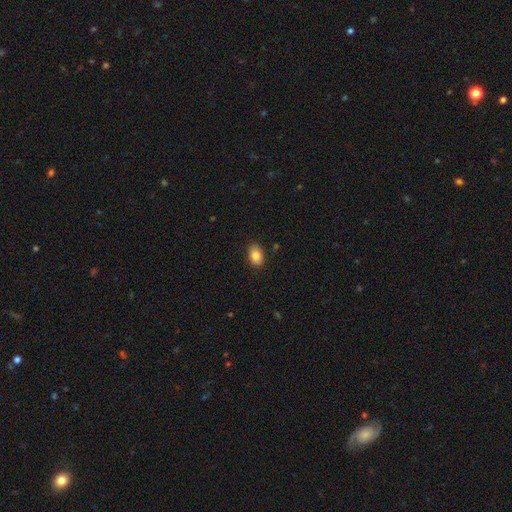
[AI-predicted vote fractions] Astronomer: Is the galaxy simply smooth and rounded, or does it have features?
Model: smooth — 84%.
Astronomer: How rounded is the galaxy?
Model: in between — 85%.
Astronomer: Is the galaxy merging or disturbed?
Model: none — 86%.